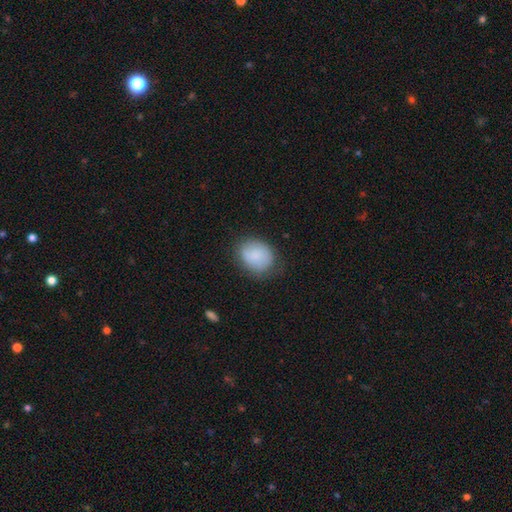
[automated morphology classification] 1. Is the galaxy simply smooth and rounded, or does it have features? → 83% smooth, 10% featured or disk, 7% star or artifact.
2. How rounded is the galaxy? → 53% round, 47% in between, 1% cigar-shaped.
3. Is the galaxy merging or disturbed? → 71% none, 21% minor disturbance, 6% major disturbance, 1% merger.